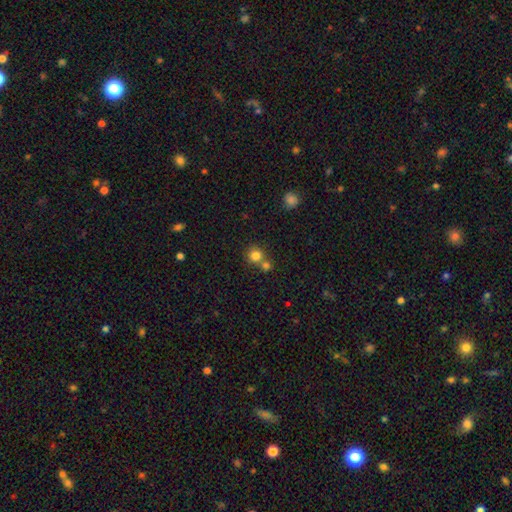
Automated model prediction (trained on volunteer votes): This appears to be a smooth galaxy with no disk features (81%) that is round (89%). Merging: none (55%).